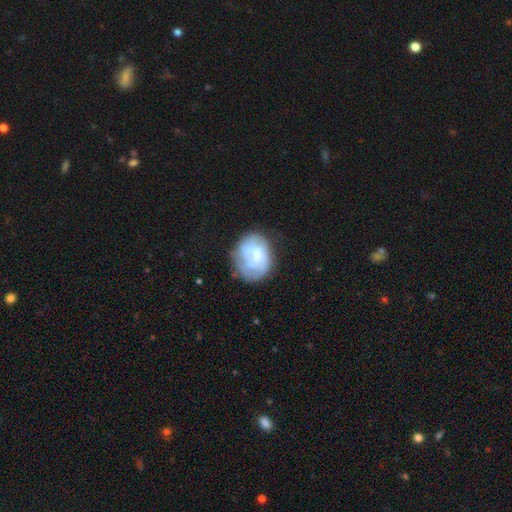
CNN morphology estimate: Q: Smooth or featured?
A: featured or disk (50%); runner-up: smooth (42%)
Q: Edge-on disk?
A: no (98%); runner-up: yes (2%)
Q: Merging?
A: none (55%); runner-up: minor disturbance (26%)